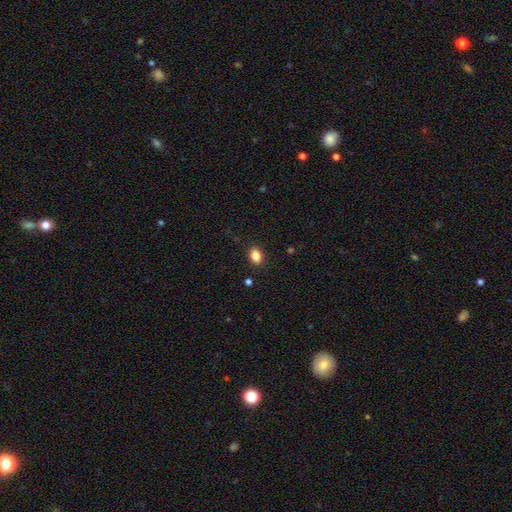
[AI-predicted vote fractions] Smooth or featured? Predicted: smooth (p=0.85). How rounded? Predicted: in between (p=0.73). Merging? Predicted: none (p=0.89).